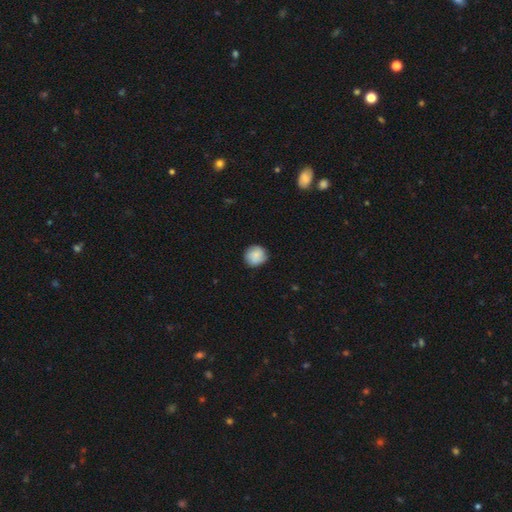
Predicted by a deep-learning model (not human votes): Overall: smooth (81%). How rounded: round (90%). Merging: none (83%).